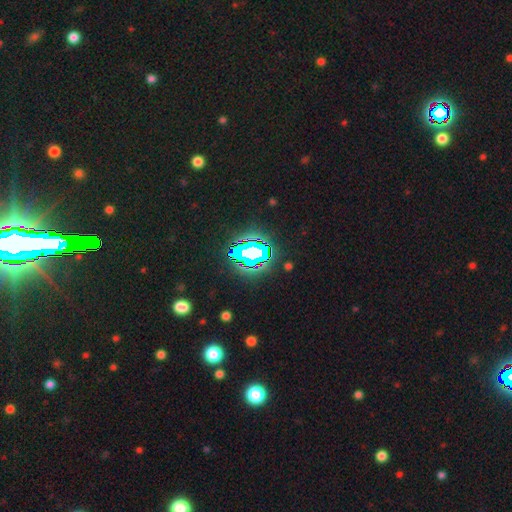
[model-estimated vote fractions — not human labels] smooth-or-featured: star or artifact: 80% | smooth: 12% | featured or disk: 8%